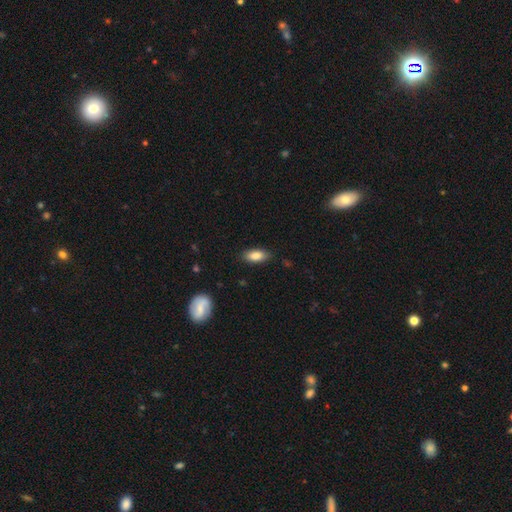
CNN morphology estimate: Q: Smooth or featured?
A: smooth (85%); runner-up: featured or disk (8%)
Q: How rounded?
A: in between (85%); runner-up: cigar-shaped (11%)
Q: Merging?
A: none (84%); runner-up: minor disturbance (13%)